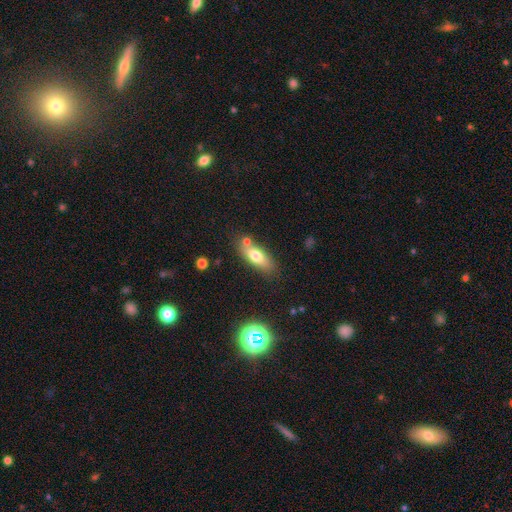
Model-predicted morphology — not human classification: smooth_or_featured: smooth (p=0.70) [alt: featured or disk p=0.21]
how_rounded: in between (p=0.70) [alt: cigar-shaped p=0.26]
merging: none (p=0.70) [alt: minor disturbance p=0.14]